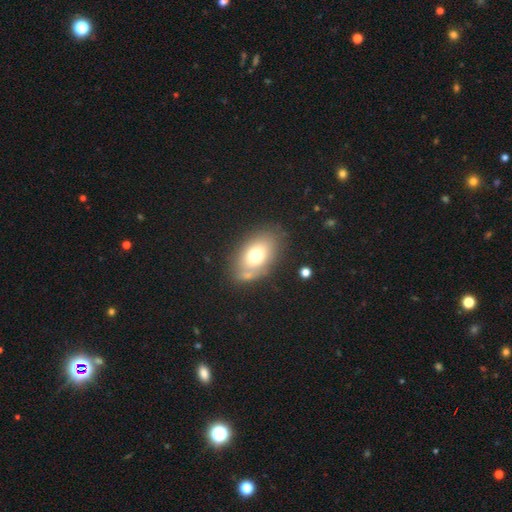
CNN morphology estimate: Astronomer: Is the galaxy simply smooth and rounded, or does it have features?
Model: smooth — 70%.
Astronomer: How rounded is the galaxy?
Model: in between — 85%.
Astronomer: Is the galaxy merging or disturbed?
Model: none — 71%.